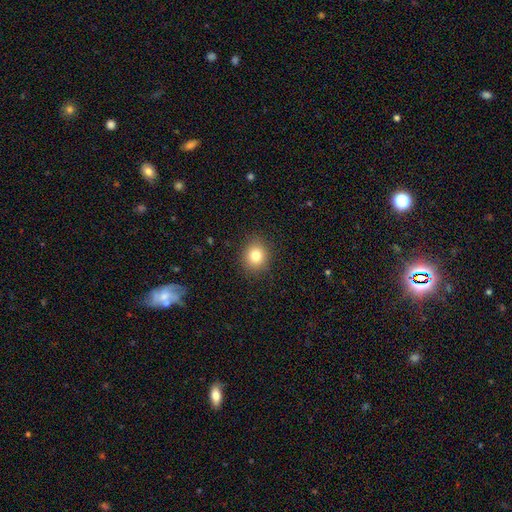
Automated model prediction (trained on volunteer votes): Overall: smooth (80%). How rounded: round (80%). Merging: none (89%).